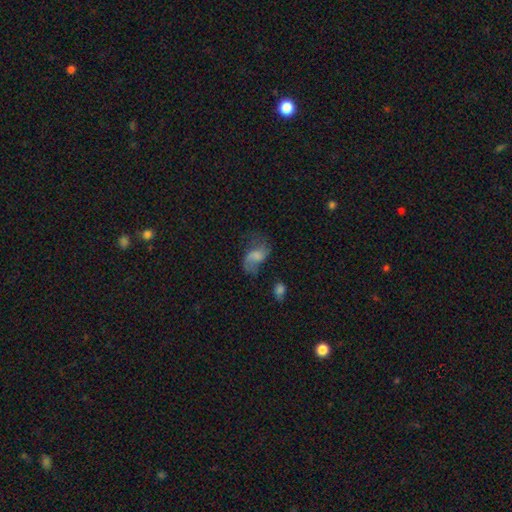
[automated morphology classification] smooth_or_featured: featured or disk (p=0.51) [alt: smooth p=0.39]
disk_edge_on: no (p=0.97) [alt: yes p=0.03]
merging: none (p=0.38) [alt: major disturbance p=0.32]